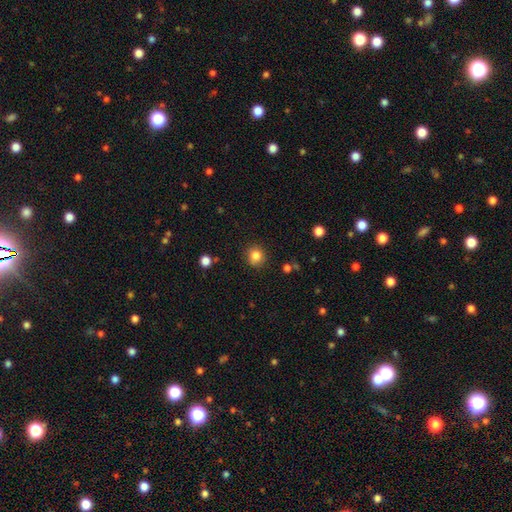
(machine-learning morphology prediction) type=smooth (84%); roundness=round (87%); merging=none (87%).